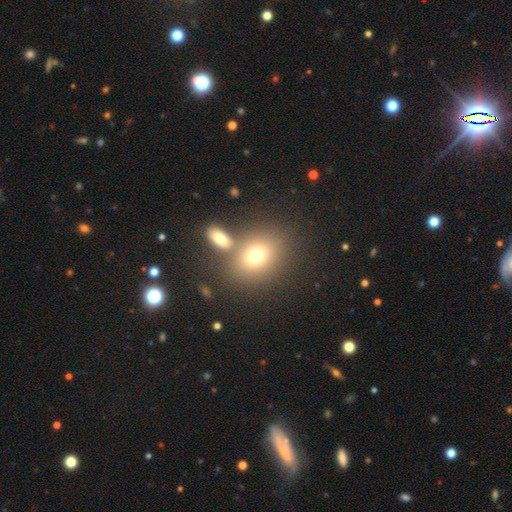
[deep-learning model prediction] Smooth or featured? Predicted: smooth (p=0.72). How rounded? Predicted: in between (p=0.55). Merging? Predicted: none (p=0.59).